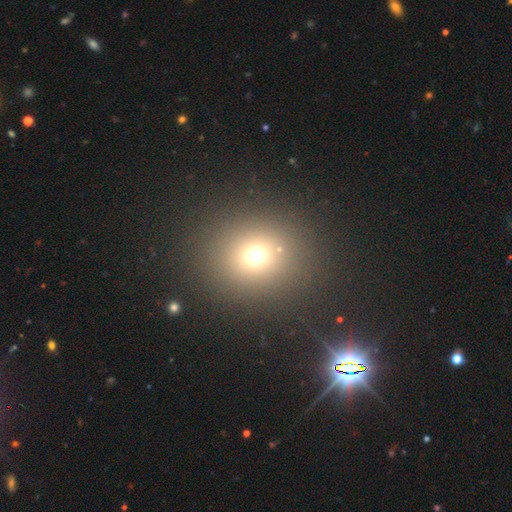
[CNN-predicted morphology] The model was most divided on "smooth or featured": smooth: 67%, star or artifact: 23%, featured or disk: 10%. More confident: merging — none (84%); how rounded — round (80%).